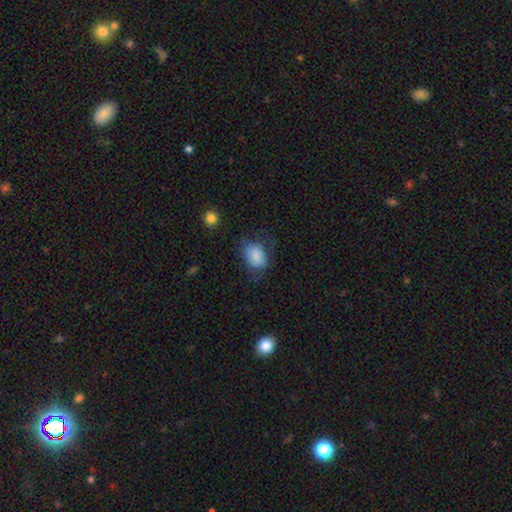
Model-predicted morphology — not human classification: A smooth galaxy with no disk features (81%) that is in between round and cigar-shaped (66%).

Vote fractions:
- Smooth or featured? smooth: 81% / featured or disk: 11% / star or artifact: 8%
- How rounded? in between: 66% / round: 33% / cigar-shaped: 1%
- Merging? none: 51% / minor disturbance: 28% / major disturbance: 18% / merger: 2%